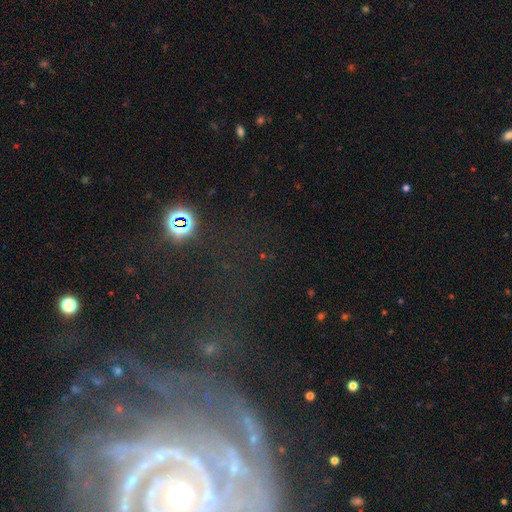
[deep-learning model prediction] A featured or disk galaxy (74%) with no bar (52%), tight (65%) spiral arms (89%) and a small central bulge (65%). Merging: none (60%).